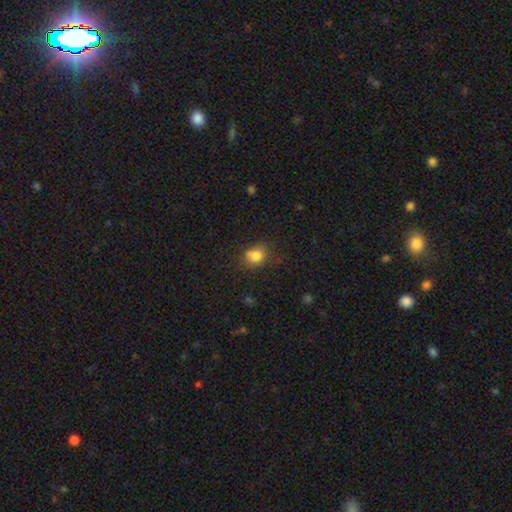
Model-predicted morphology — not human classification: Overall: smooth (79%). How rounded: round (59%; in between 40%). Merging: none (57%; minor disturbance 24%).